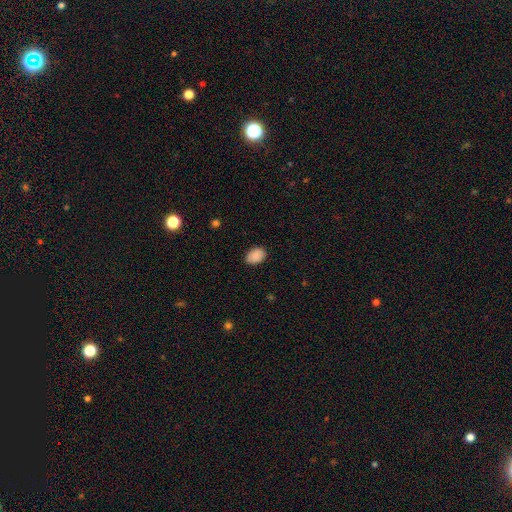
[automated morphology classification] This appears to be a smooth galaxy with no disk features (89%) that is in between round and cigar-shaped (79%). Merging: none (86%).